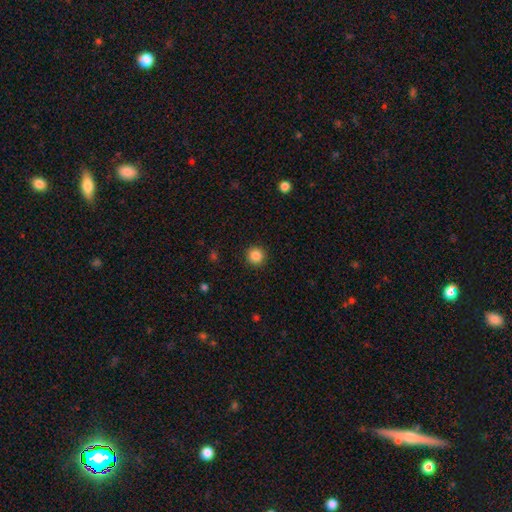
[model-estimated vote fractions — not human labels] Morphology: type=smooth (86%); roundness=round (95%); merging=none (92%).